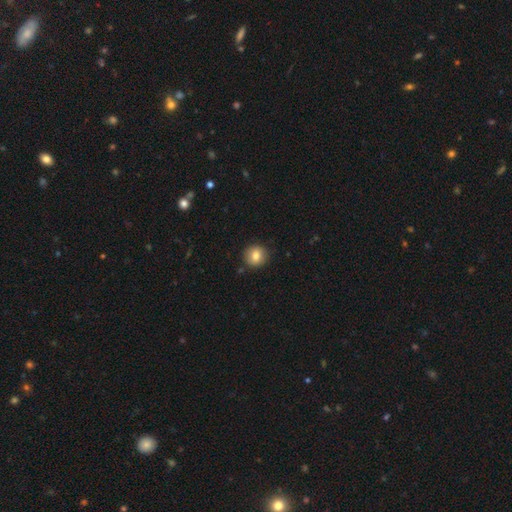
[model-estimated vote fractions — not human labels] smooth-or-featured: smooth: 82% | star or artifact: 9% | featured or disk: 9%
  how-rounded: round: 90% | in between: 9% | cigar-shaped: 1%
  merging: none: 89% | minor disturbance: 8% | major disturbance: 2% | merger: 2%